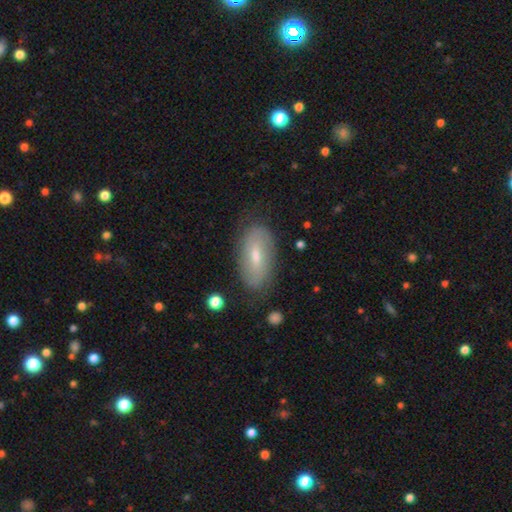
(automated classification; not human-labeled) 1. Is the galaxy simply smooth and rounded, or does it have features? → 47% featured or disk, 45% smooth, 8% star or artifact.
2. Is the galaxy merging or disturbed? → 80% none, 15% minor disturbance, 4% major disturbance, 1% merger.